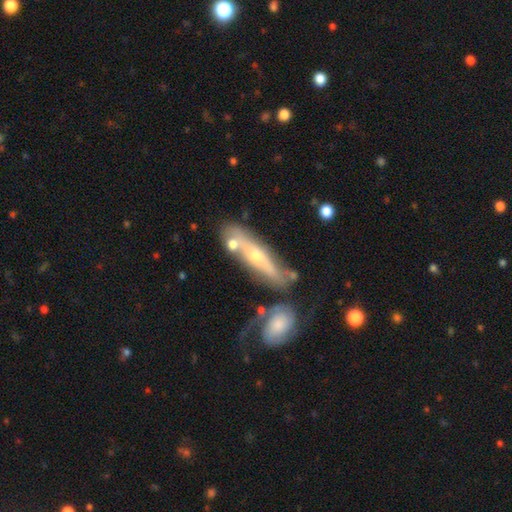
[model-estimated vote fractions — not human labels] Overall: featured or disk (64%; smooth 30%). Edge-on disk: yes (53%; no 47%). Merging: none (50%; merger 22%).